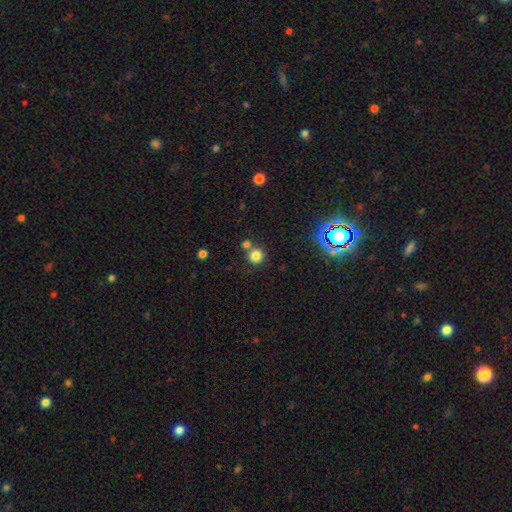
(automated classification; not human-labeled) smooth 79%, star or artifact 14%, featured or disk 6%. Down the decision tree: how rounded — round (93%); merging — none (70%).